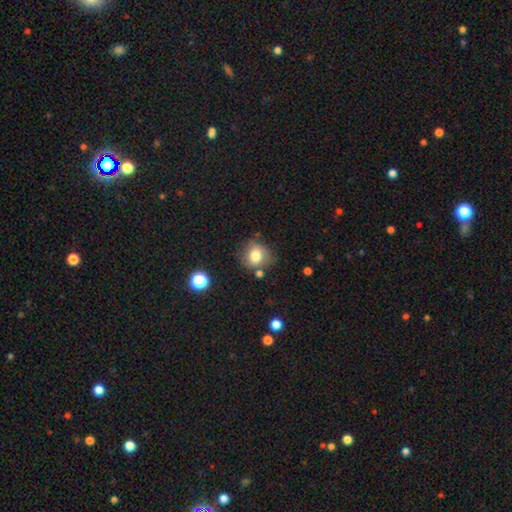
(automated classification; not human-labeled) smooth 78%, featured or disk 11%, star or artifact 11%. Down the decision tree: how rounded — round (77%); merging — none (69%).